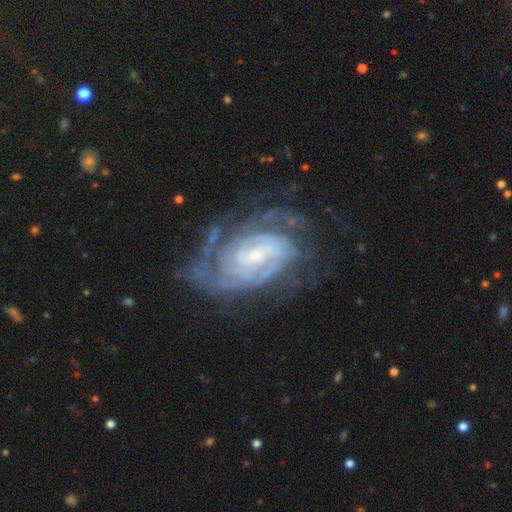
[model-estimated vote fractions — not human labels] Smooth or featured: featured or disk — 88% (star or artifact — 6%)
Edge-on disk: no — 97% (yes — 3%)
Bar: no — 46% (weak — 41%)
Spiral arms: yes — 97% (no — 3%)
Spiral winding: tight — 73% (medium — 23%)
Spiral arm count: can't tell — 32% (2 — 25%)
Bulge size: small — 64% (moderate — 27%)
Merging: none — 65% (minor disturbance — 20%)